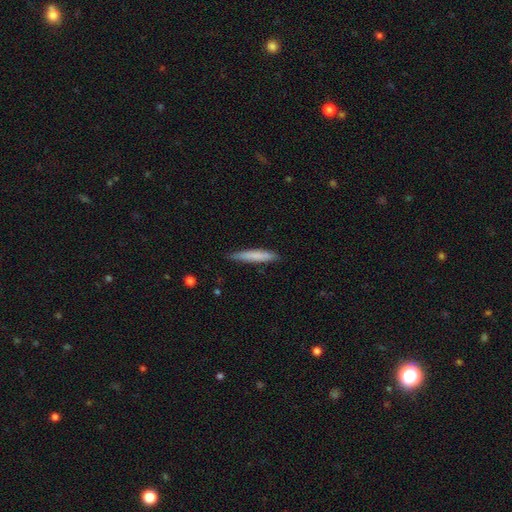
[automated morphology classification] Smooth or featured: smooth — 73% (featured or disk — 21%)
How rounded: cigar-shaped — 93% (in between — 6%)
Merging: none — 82% (minor disturbance — 15%)